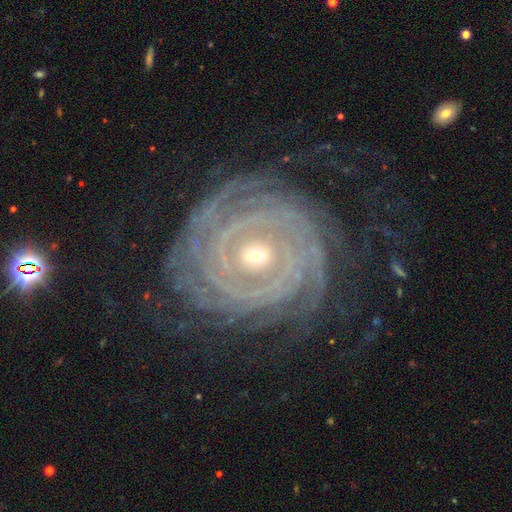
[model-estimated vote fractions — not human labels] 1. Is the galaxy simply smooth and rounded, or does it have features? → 91% featured or disk, 5% star or artifact, 3% smooth.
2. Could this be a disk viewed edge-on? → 97% no, 3% yes.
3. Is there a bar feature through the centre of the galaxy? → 48% no, 29% weak, 22% strong.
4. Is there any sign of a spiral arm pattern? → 98% yes, 2% no.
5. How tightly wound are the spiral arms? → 90% tight, 8% medium, 2% loose.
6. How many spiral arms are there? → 22% 2, 19% can't tell, 18% 3, 17% 4, 15% more than 4, 8% 1.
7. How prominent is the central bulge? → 55% small, 42% moderate, 1% large, 1% none, 1% dominant.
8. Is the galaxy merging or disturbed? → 76% none, 15% minor disturbance, 8% major disturbance, 1% merger.